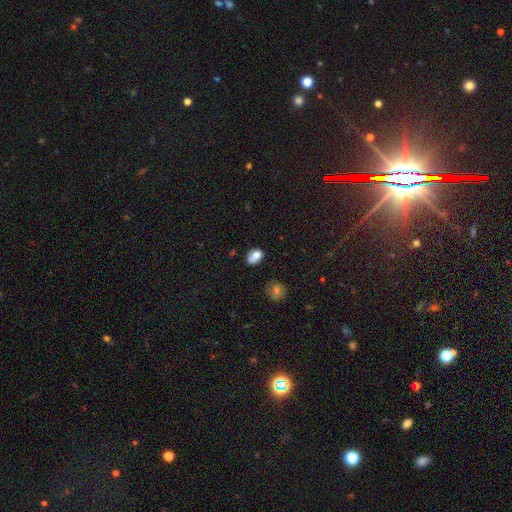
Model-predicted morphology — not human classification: Overall: smooth (80%). How rounded: in between (78%). Merging: none (58%; minor disturbance 29%).